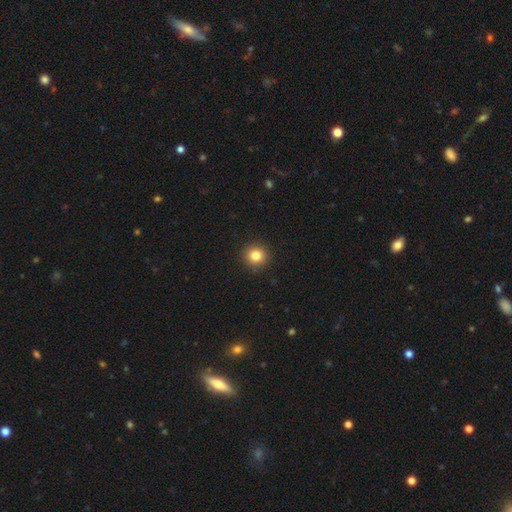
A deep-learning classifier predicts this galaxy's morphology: Smooth or featured: smooth — 83% (star or artifact — 11%)
How rounded: round — 92% (in between — 7%)
Merging: none — 92% (minor disturbance — 5%)